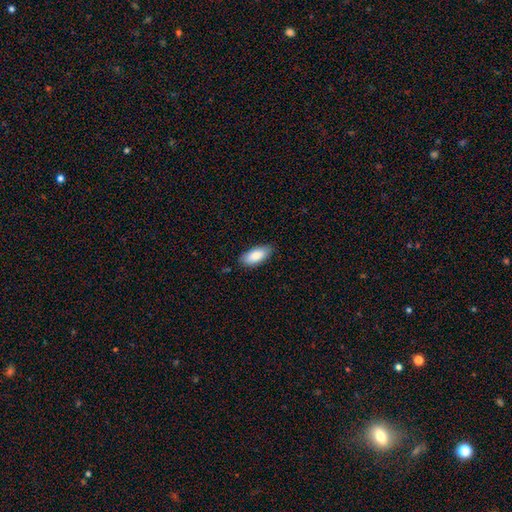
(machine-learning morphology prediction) Smooth or featured? Predicted: smooth (p=0.85). How rounded? Predicted: in between (p=0.89). Merging? Predicted: none (p=0.85).